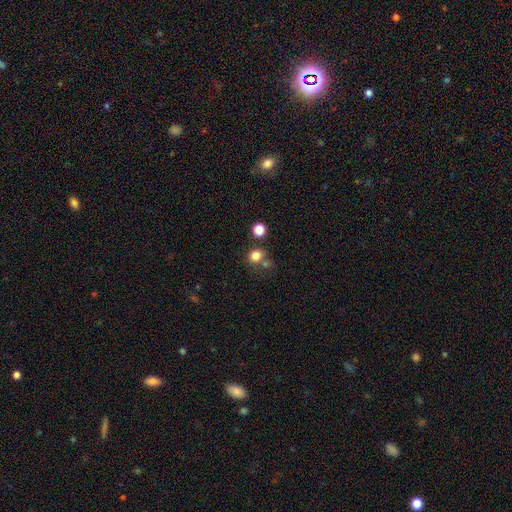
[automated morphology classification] smooth_or_featured: smooth (p=0.79) [alt: star or artifact p=0.14]
how_rounded: round (p=0.81) [alt: in between p=0.18]
merging: none (p=0.64) [alt: merger p=0.22]